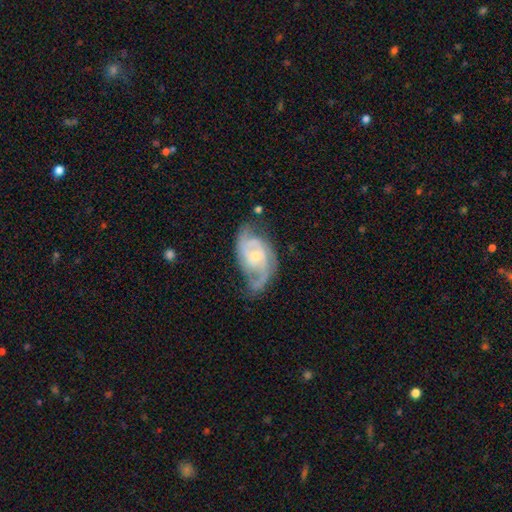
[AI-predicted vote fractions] Overall: featured or disk (88%). Edge-on disk: no (97%). Bar: no (59%; weak 34%). Spiral arms: yes (96%). Spiral arm count: 2 (74%). Spiral winding: medium (48%; tight 38%). Bulge size: small (60%; moderate 36%). Merging: none (61%; minor disturbance 24%).